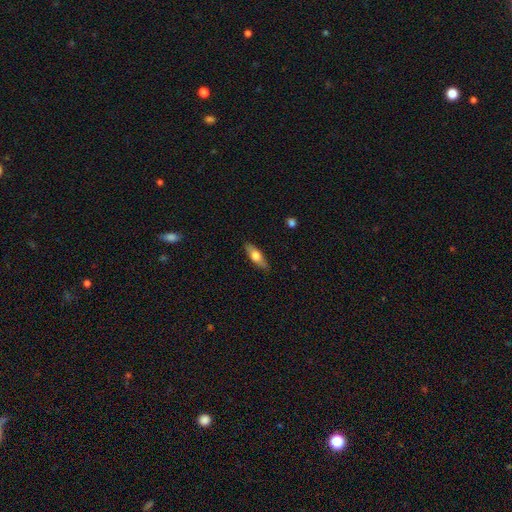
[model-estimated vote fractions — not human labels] Morphology: type=smooth (61%); roundness=in between (57%); merging=none (86%).